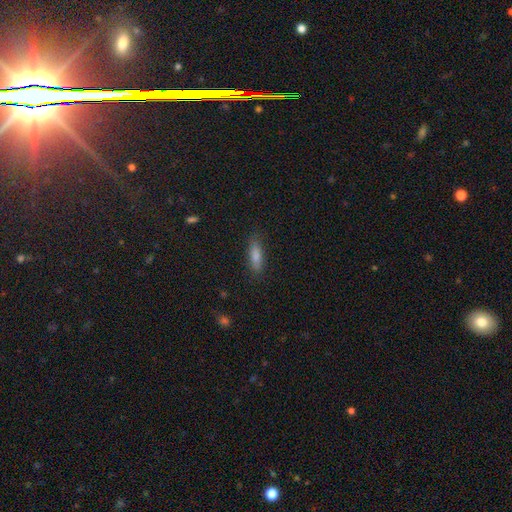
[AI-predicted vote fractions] Overall: smooth (75%). How rounded: cigar-shaped (60%; in between 38%). Merging: none (86%).